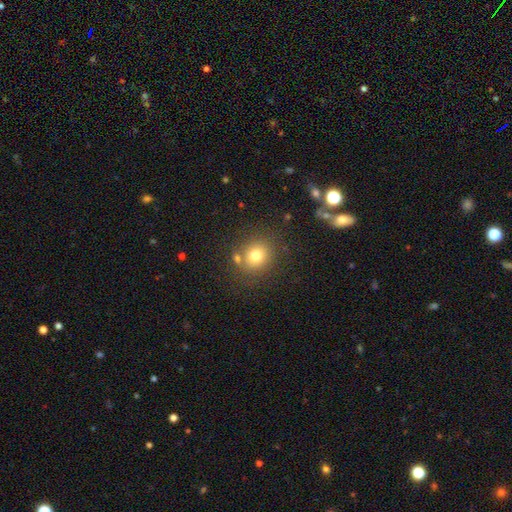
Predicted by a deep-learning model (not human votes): Overall: smooth (76%). How rounded: round (79%). Merging: none (76%).